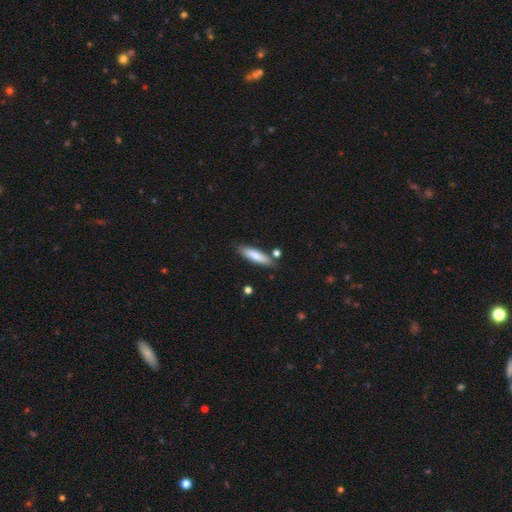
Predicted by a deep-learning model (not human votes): Smooth or featured: smooth — 79% (featured or disk — 16%)
How rounded: cigar-shaped — 71% (in between — 28%)
Merging: none — 81% (minor disturbance — 12%)